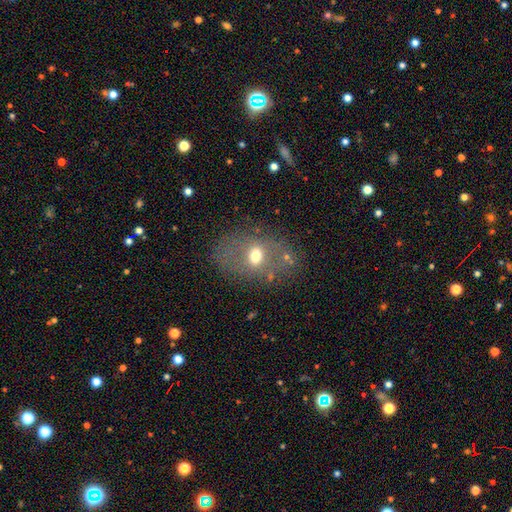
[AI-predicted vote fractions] Smooth or featured? Predicted: smooth (p=0.52). How rounded? Predicted: in between (p=0.73). Merging? Predicted: none (p=0.70).